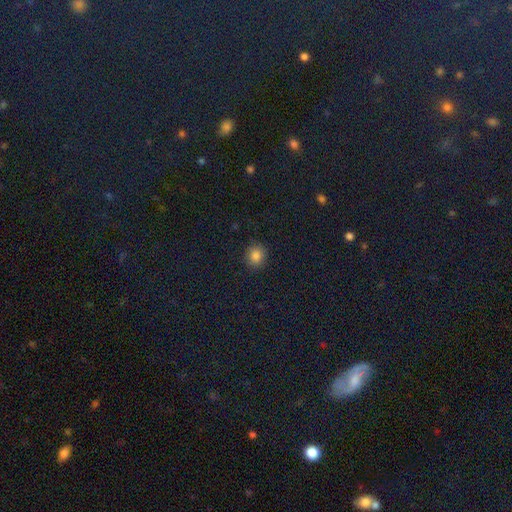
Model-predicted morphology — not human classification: Smooth or featured?
  - smooth: 83% *
  - star or artifact: 12%
  - featured or disk: 5%
How rounded?
  - round: 80% *
  - in between: 19%
  - cigar-shaped: 1%
Merging?
  - none: 89% *
  - minor disturbance: 8%
  - major disturbance: 2%
  - merger: 1%